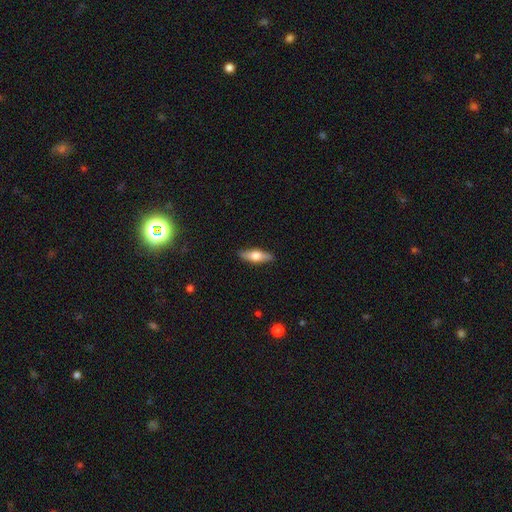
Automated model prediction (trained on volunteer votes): This is possibly a smooth galaxy (51%). How rounded: possibly cigar-shaped (50%). Merging: clearly none (88%).